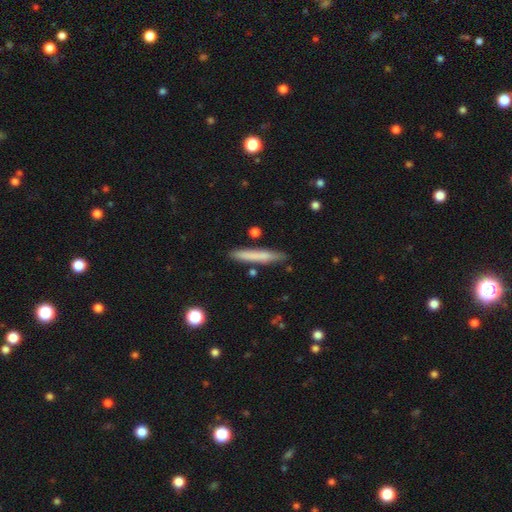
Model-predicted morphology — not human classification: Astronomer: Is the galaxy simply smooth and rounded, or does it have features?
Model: smooth — 72%.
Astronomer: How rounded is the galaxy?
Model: cigar-shaped — 95%.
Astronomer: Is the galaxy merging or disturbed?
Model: none — 84%.